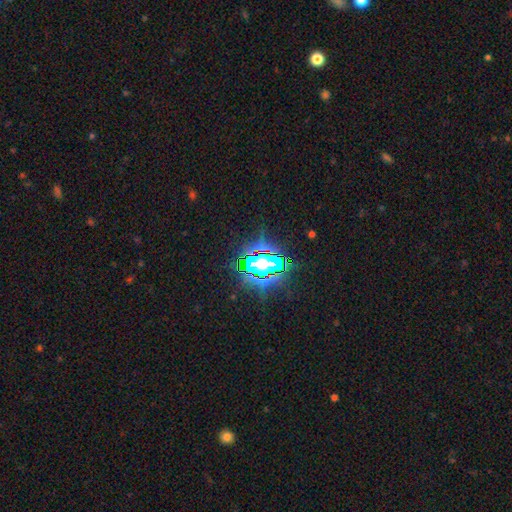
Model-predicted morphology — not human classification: This appears to be a star or artifact, not a galaxy (83%).